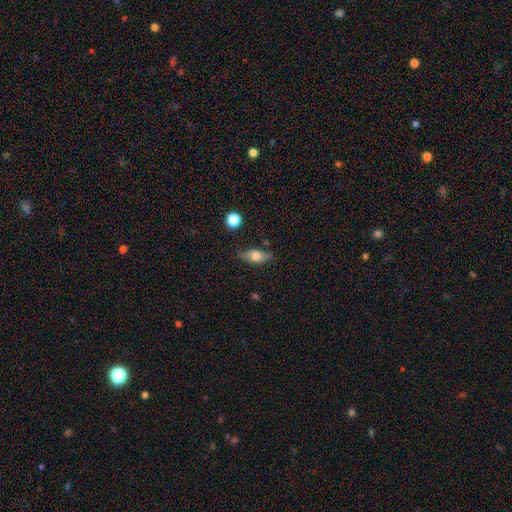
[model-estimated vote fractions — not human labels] Smooth or featured? Predicted: smooth (p=0.63). How rounded? Predicted: in between (p=0.73). Merging? Predicted: none (p=0.78).